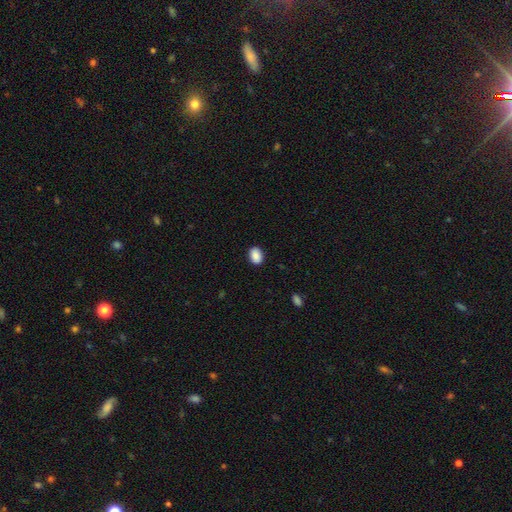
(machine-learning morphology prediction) Smooth or featured? Predicted: smooth (p=0.90). How rounded? Predicted: in between (p=0.75). Merging? Predicted: none (p=0.88).